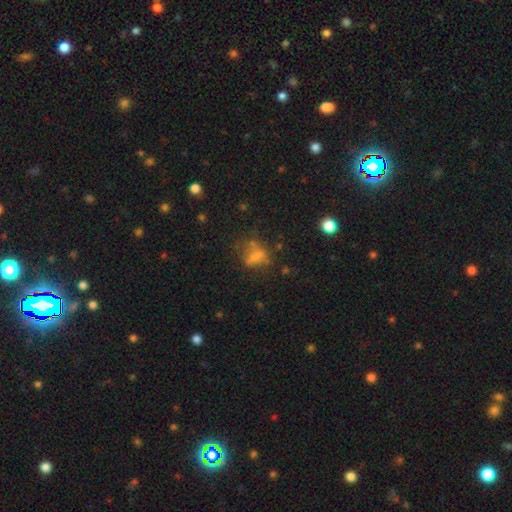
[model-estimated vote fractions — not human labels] This is possibly a smooth galaxy (51%). How rounded: possibly in between (58%). Merging: marginally none (44%).